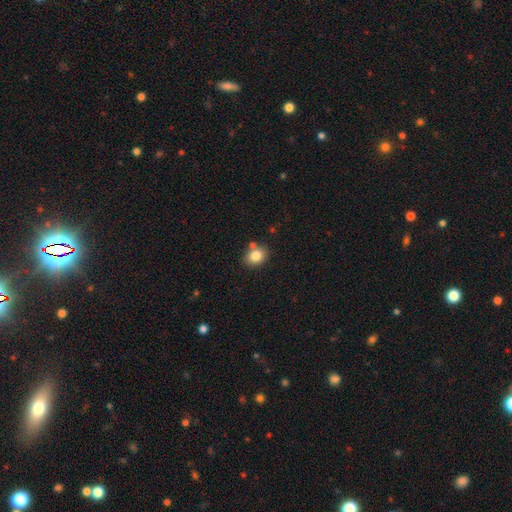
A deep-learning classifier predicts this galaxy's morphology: Q: Smooth or featured?
A: smooth (82%); runner-up: star or artifact (10%)
Q: How rounded?
A: in between (56%); runner-up: round (44%)
Q: Merging?
A: none (74%); runner-up: minor disturbance (12%)